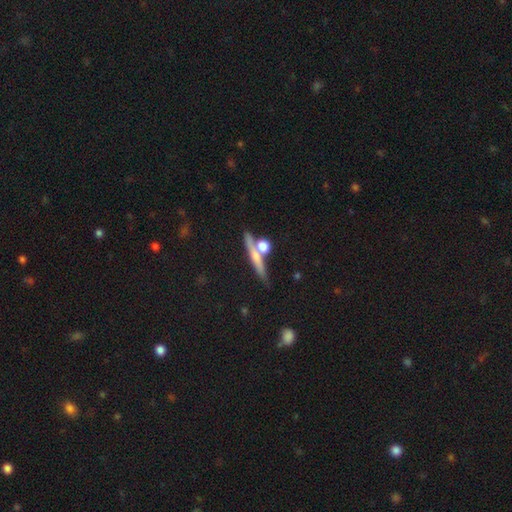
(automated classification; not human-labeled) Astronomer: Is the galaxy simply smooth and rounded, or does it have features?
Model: smooth — 47% (runner-up: featured or disk, 42%).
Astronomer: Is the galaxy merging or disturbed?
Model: none — 66%.